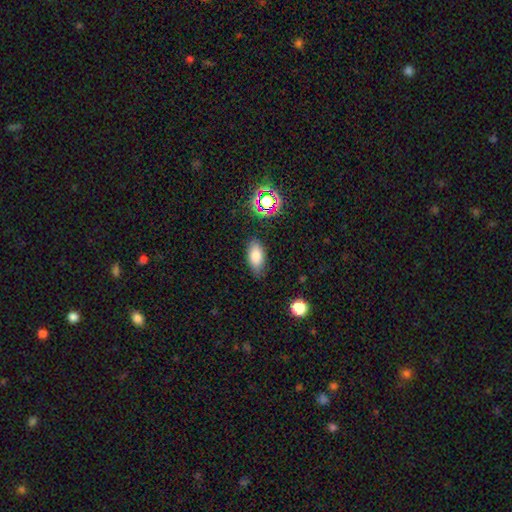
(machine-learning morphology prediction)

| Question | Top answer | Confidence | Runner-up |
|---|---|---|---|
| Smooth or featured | smooth | 79% | star or artifact (11%) |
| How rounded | in between | 89% | cigar-shaped (6%) |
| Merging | none | 81% | minor disturbance (14%) |